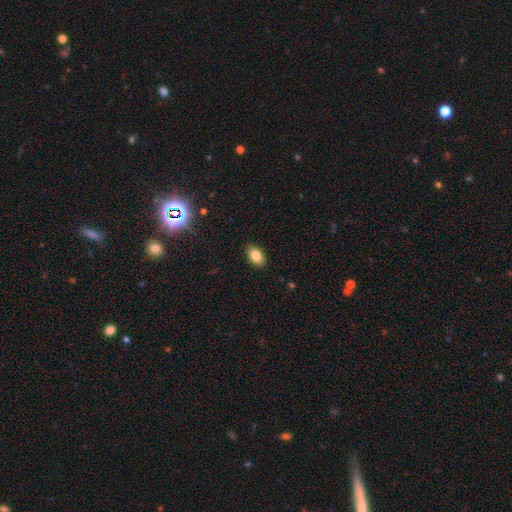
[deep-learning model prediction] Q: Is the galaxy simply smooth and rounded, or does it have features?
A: smooth — 84%.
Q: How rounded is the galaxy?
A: in between — 91%.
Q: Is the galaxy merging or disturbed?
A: none — 89%.